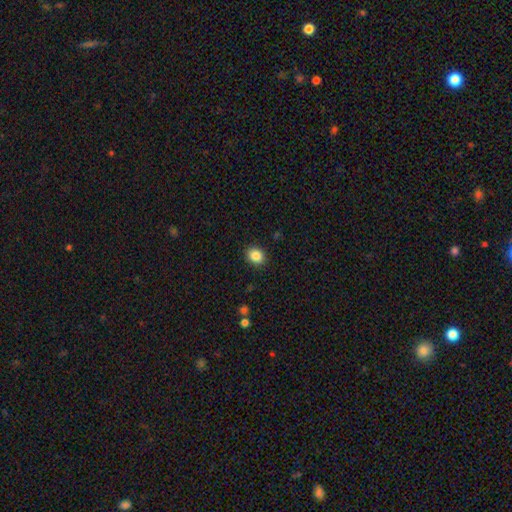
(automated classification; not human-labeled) This is clearly a smooth galaxy (86%). How rounded: likely round (63%). Merging: clearly none (90%).